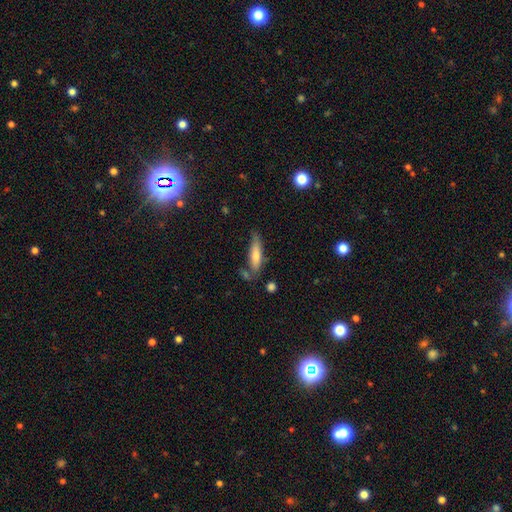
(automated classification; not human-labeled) Smooth or featured?
  - smooth: 61% *
  - featured or disk: 31%
  - star or artifact: 8%
How rounded?
  - cigar-shaped: 68% *
  - in between: 30%
  - round: 2%
Merging?
  - none: 63% *
  - minor disturbance: 23%
  - merger: 8%
  - major disturbance: 7%